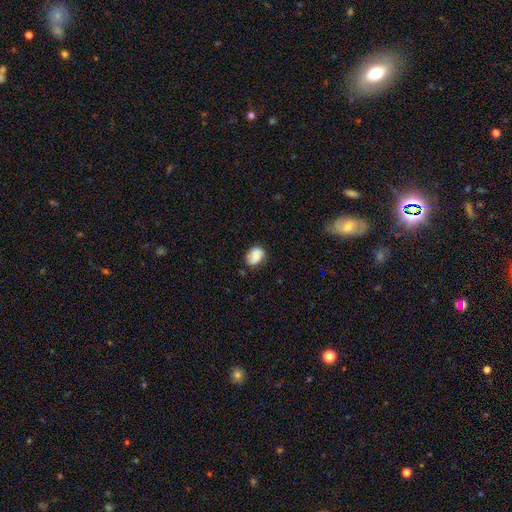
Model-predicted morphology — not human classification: Smooth or featured? Predicted: smooth (p=0.82). How rounded? Predicted: in between (p=0.69). Merging? Predicted: none (p=0.67).